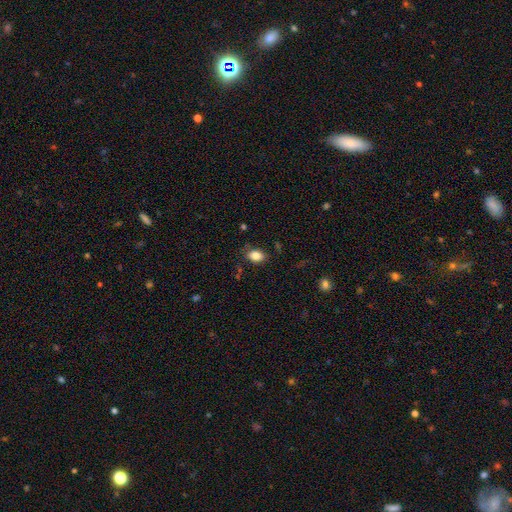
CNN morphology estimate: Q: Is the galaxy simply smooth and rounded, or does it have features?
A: smooth — 83%.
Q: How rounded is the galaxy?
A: in between — 85%.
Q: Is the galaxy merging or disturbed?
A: none — 80%.